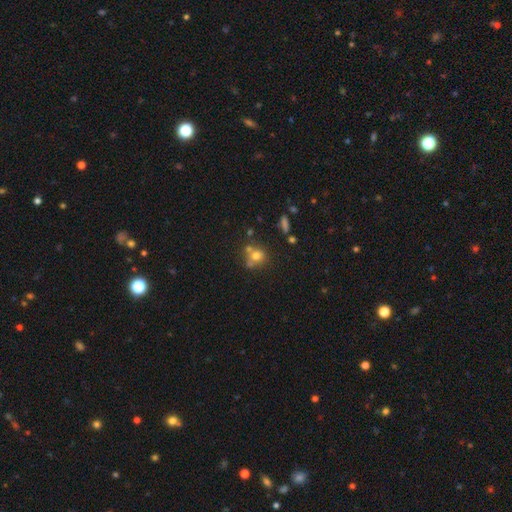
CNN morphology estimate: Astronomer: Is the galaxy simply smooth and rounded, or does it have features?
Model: smooth — 66%.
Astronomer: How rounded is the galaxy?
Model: round — 70%.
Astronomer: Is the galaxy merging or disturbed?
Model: none — 46% (runner-up: merger, 32%).